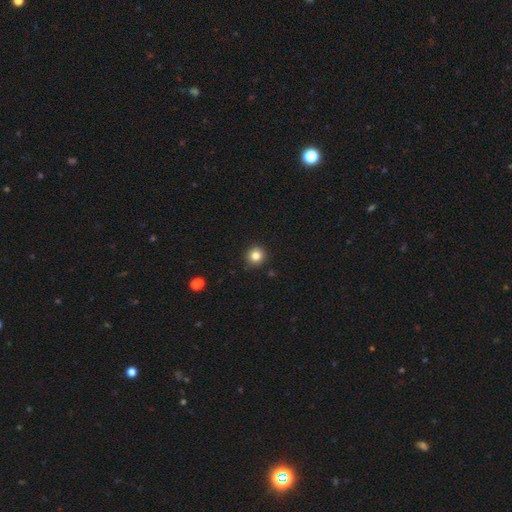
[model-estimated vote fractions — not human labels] A smooth galaxy with no disk features (83%) that is round (94%). Merging: none (92%).